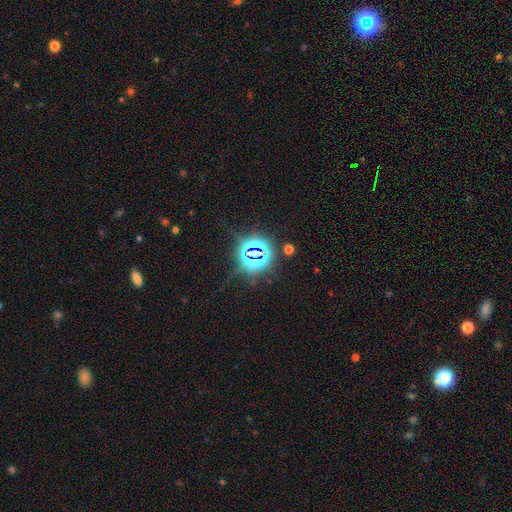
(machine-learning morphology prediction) Q: Smooth or featured?
A: star or artifact (79%); runner-up: smooth (13%)